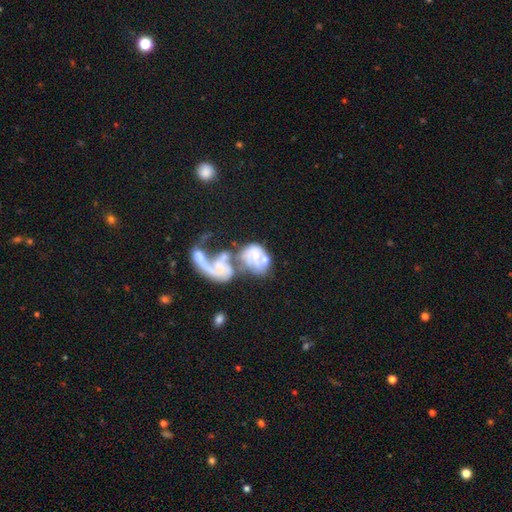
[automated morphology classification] type=featured or disk (65%); edge-on=no (97%); bar=no (78%); spiral arms=no (50%, tied with yes); bulge=moderate (35%); merging=merger (64%).